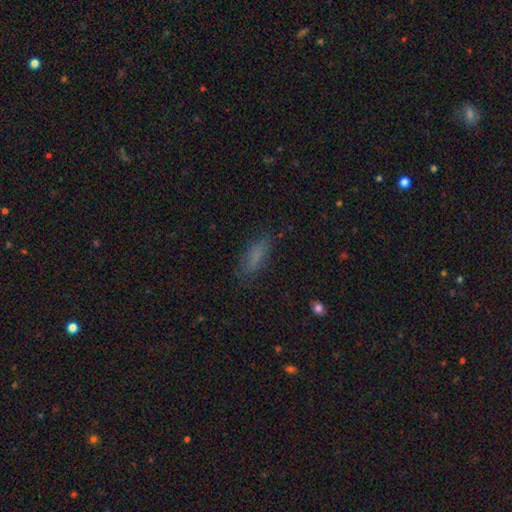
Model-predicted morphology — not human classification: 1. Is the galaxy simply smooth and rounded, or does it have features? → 75% smooth, 13% star or artifact, 12% featured or disk.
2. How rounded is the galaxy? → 54% in between, 44% cigar-shaped, 3% round.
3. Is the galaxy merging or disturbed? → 75% none, 17% minor disturbance, 7% major disturbance, 2% merger.